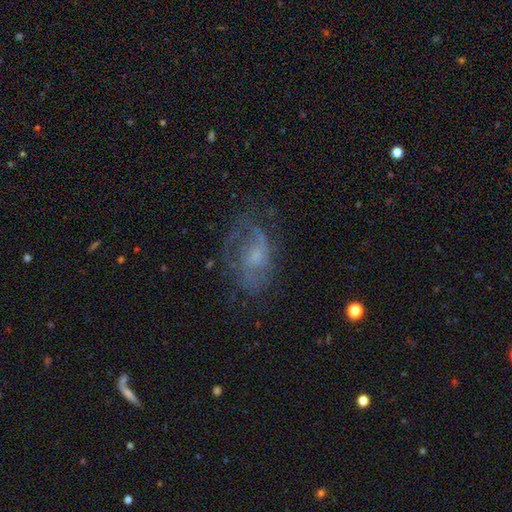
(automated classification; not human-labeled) A featured or disk galaxy (67%) with no bar (63%), 2 (53%) medium (45%) spiral arms (81%) and a small central bulge (46%). Merging: none (59%).